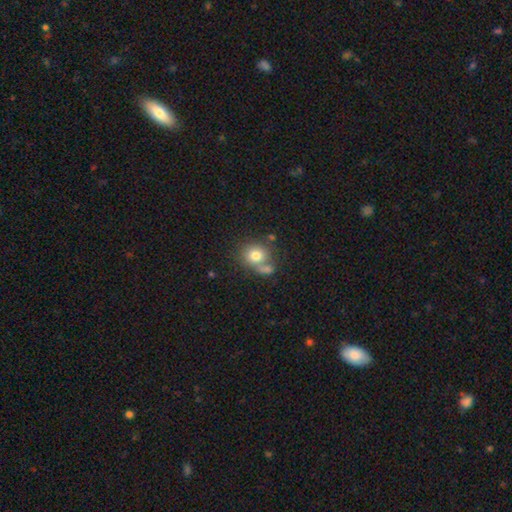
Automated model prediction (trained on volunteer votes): Smooth or featured? smooth (76%)
How rounded? round (75%)
Merging? none (49%)